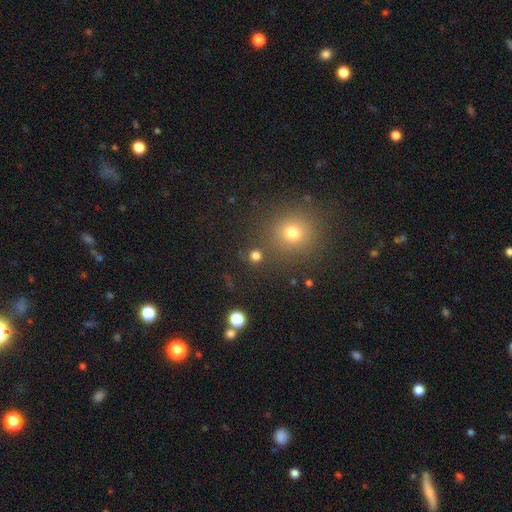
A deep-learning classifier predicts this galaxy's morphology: Smooth or featured? Predicted: smooth (p=0.74). How rounded? Predicted: round (p=0.91). Merging? Predicted: none (p=0.81).